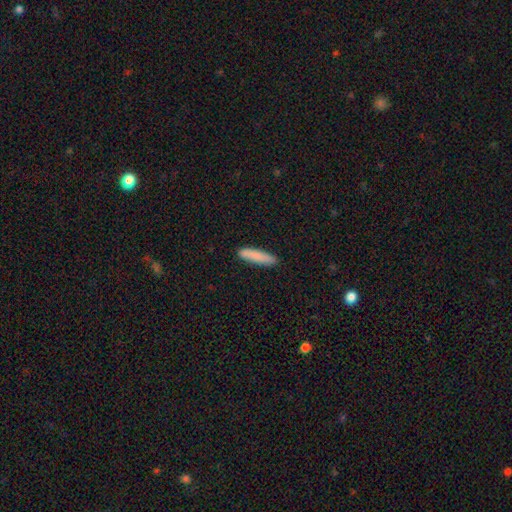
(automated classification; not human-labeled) A smooth galaxy with no disk features (86%) that is cigar-shaped (85%).

Vote fractions:
- Smooth or featured? smooth: 86% / featured or disk: 8% / star or artifact: 6%
- How rounded? cigar-shaped: 85% / in between: 13% / round: 1%
- Merging? none: 90% / minor disturbance: 8% / major disturbance: 2% / merger: 1%